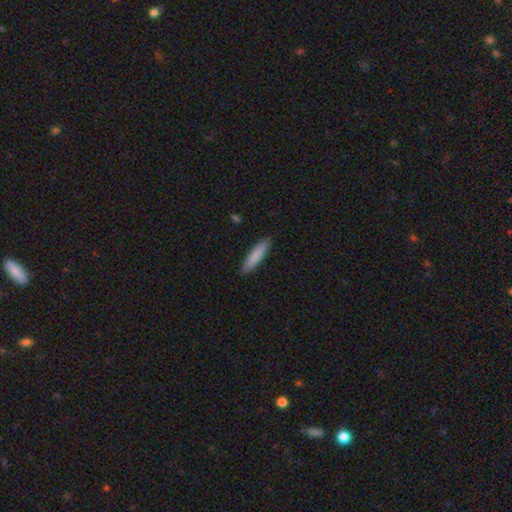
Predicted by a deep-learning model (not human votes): Overall: smooth (84%). How rounded: cigar-shaped (77%). Merging: none (89%).